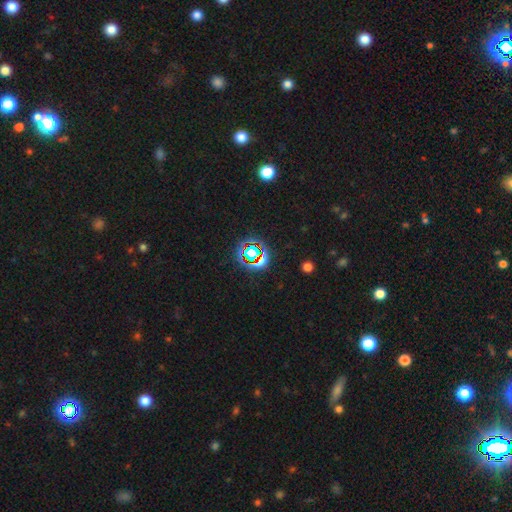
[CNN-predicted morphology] Q: Smooth or featured?
A: star or artifact (71%); runner-up: smooth (17%)